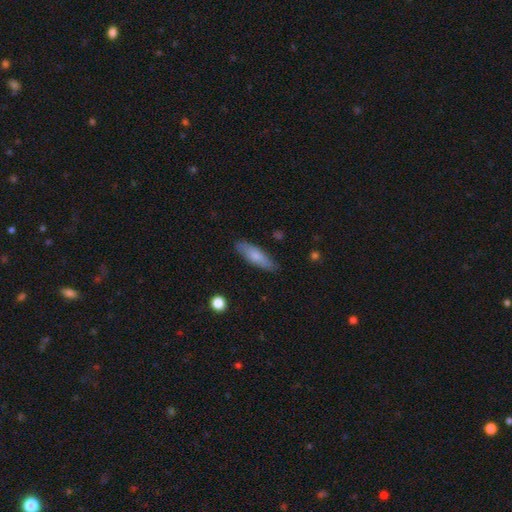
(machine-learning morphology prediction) Smooth or featured: smooth — 72% (featured or disk — 22%)
How rounded: cigar-shaped — 53% (in between — 45%)
Merging: none — 84% (minor disturbance — 12%)